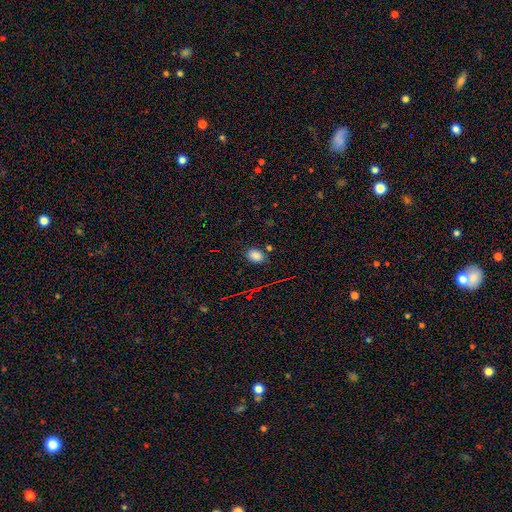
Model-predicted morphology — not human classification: A smooth galaxy with no disk features (80%) that is in between round and cigar-shaped (77%).

Vote fractions:
- Smooth or featured? smooth: 80% / star or artifact: 14% / featured or disk: 5%
- How rounded? in between: 77% / round: 22% / cigar-shaped: 1%
- Merging? none: 81% / minor disturbance: 12% / merger: 4% / major disturbance: 3%